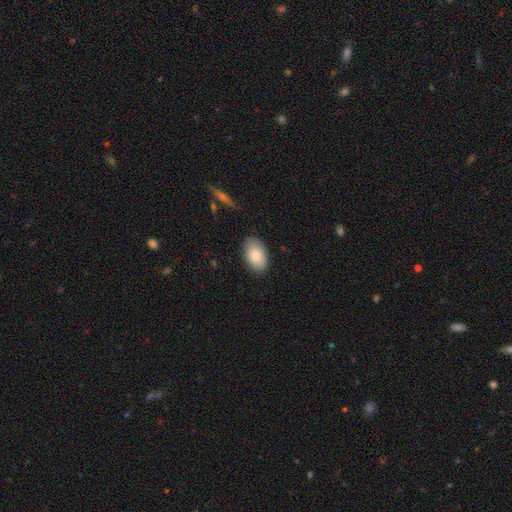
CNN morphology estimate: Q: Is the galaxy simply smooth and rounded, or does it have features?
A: smooth — 84%.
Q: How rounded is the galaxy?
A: in between — 92%.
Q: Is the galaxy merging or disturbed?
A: none — 85%.